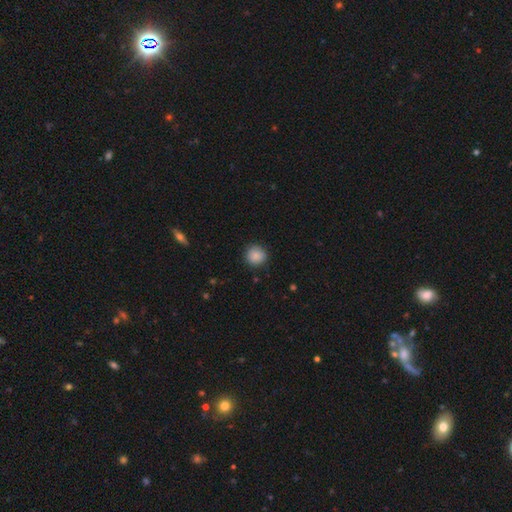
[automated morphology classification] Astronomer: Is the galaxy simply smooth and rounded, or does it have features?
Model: smooth — 88%.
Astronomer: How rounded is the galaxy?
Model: round — 93%.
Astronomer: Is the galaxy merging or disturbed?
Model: none — 88%.